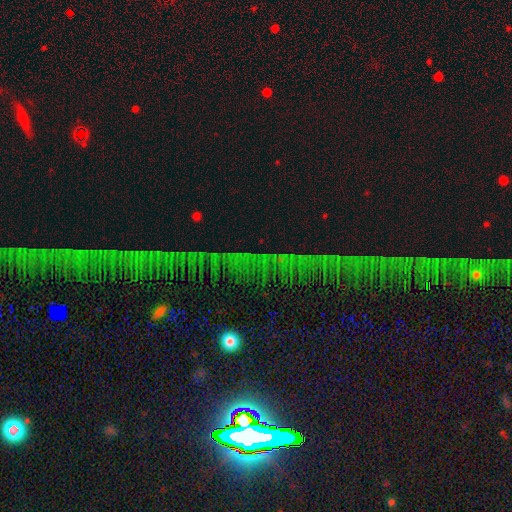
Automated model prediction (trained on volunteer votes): star or artifact 75%, featured or disk 12%, smooth 12%.